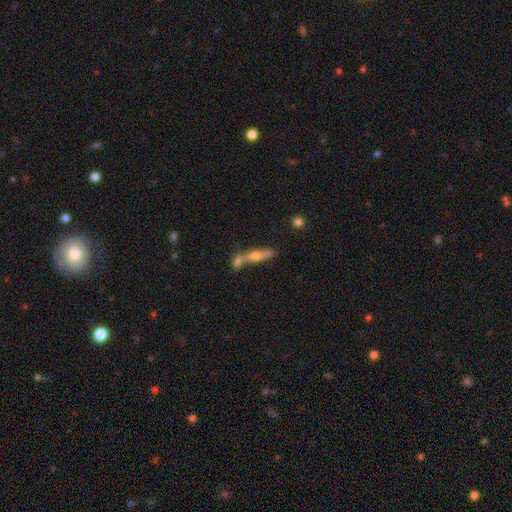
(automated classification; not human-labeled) Smooth or featured: smooth — 49% (featured or disk — 44%)
Merging: none — 45% (merger — 41%)